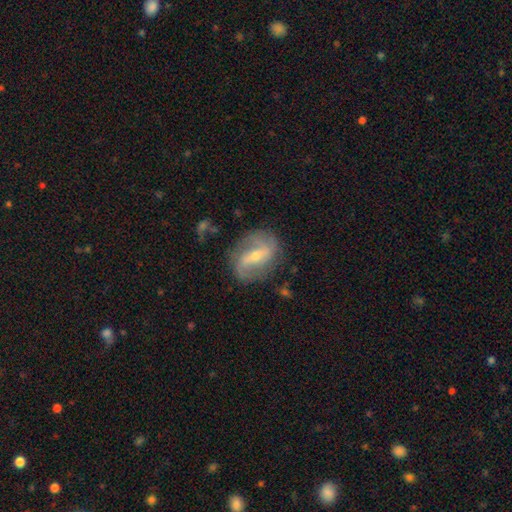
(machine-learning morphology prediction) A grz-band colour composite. It shows a featured or disk galaxy (80%) with a strong bar (44%), 2 (84%) loose (47%) spiral arms (88%) and a small central bulge (54%). Merging: none (75%).